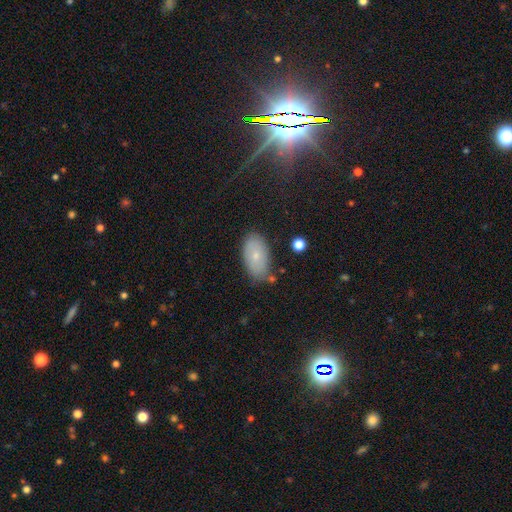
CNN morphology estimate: Overall: smooth (70%). How rounded: in between (93%). Merging: none (78%).